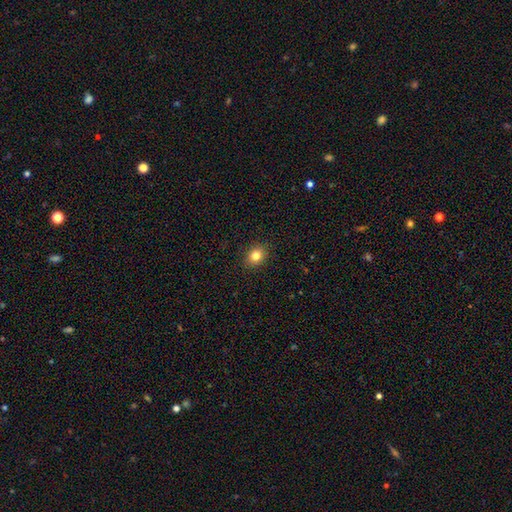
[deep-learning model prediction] The model was most divided on "how rounded": round: 62%, in between: 37%, cigar-shaped: 1%. More confident: merging — none (90%); smooth or featured — smooth (81%).